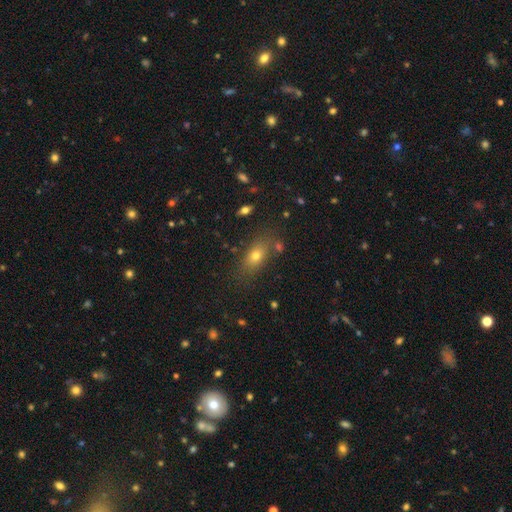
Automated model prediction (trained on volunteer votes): Smooth or featured? Predicted: smooth (p=0.70). How rounded? Predicted: in between (p=0.73). Merging? Predicted: none (p=0.77).